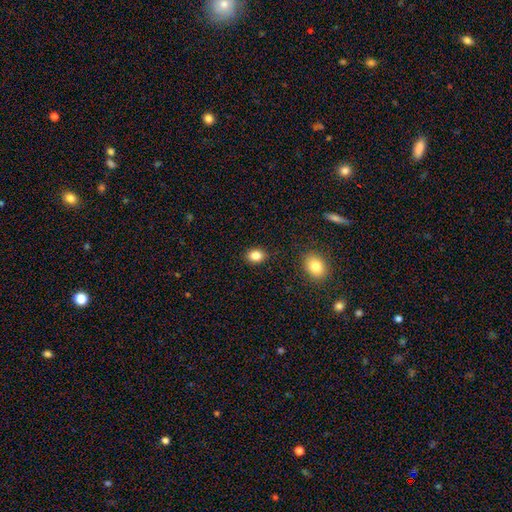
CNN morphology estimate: A smooth galaxy with no disk features (84%) that is in between round and cigar-shaped (62%). Merging: none (88%).